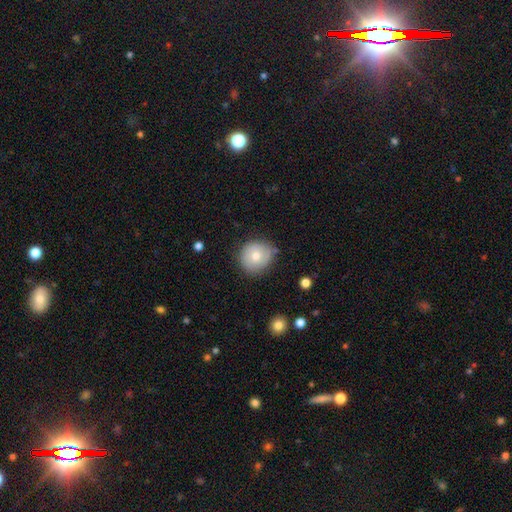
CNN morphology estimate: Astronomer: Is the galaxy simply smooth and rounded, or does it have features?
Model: smooth — 71%.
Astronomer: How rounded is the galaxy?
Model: round — 83%.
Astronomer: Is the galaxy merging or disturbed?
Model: none — 77%.